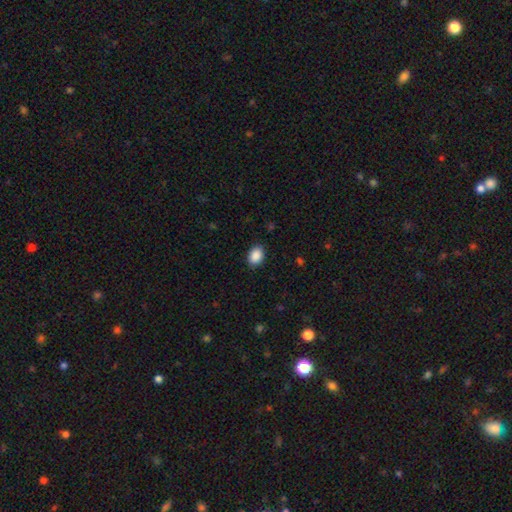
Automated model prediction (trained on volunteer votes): smooth 90%, star or artifact 7%, featured or disk 3%. Down the decision tree: how rounded — in between (77%); merging — none (87%).